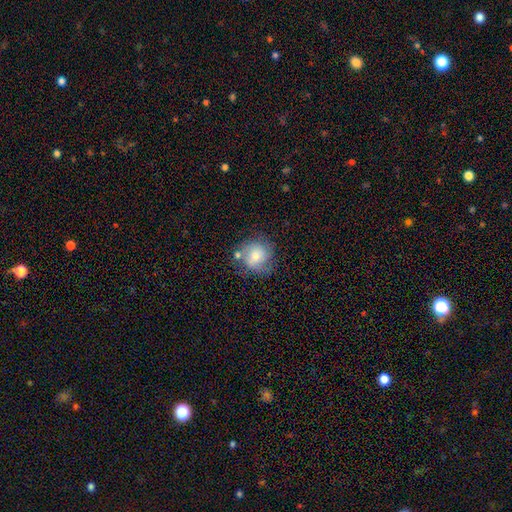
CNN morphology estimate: This appears to be a smooth galaxy with no disk features (63%) that is round (84%). Merging: none (57%).